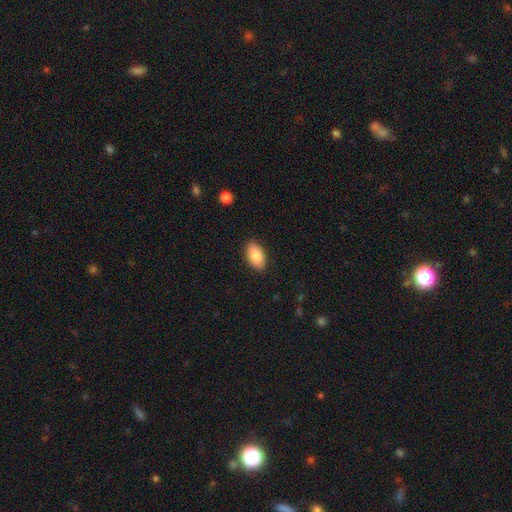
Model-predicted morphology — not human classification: Smooth or featured? Predicted: smooth (p=0.87). How rounded? Predicted: in between (p=0.93). Merging? Predicted: none (p=0.88).